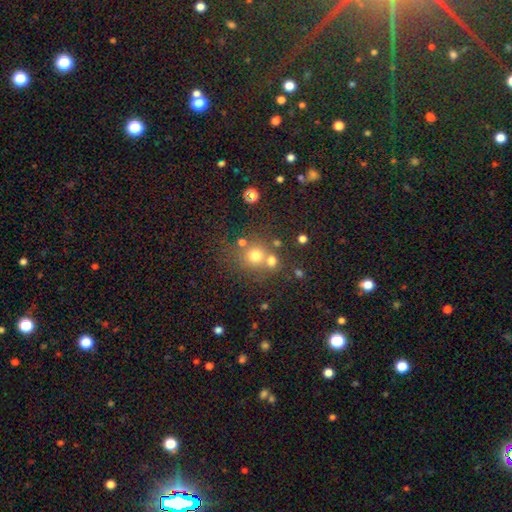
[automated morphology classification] Q: Smooth or featured?
A: smooth (70%); runner-up: star or artifact (19%)
Q: How rounded?
A: round (88%); runner-up: in between (11%)
Q: Merging?
A: none (59%); runner-up: merger (28%)